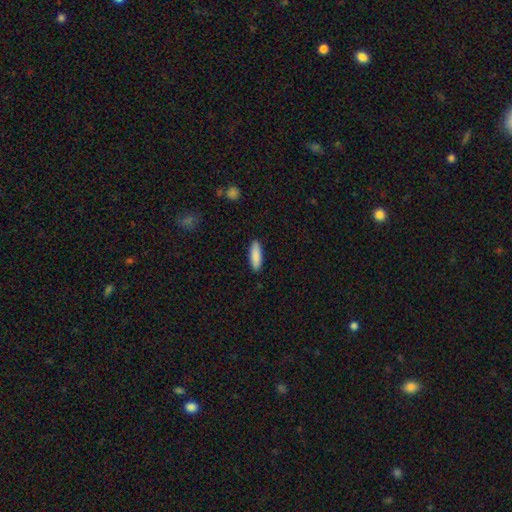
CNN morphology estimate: Q: Smooth or featured?
A: smooth (89%); runner-up: featured or disk (6%)
Q: How rounded?
A: cigar-shaped (55%); runner-up: in between (43%)
Q: Merging?
A: none (90%); runner-up: minor disturbance (7%)